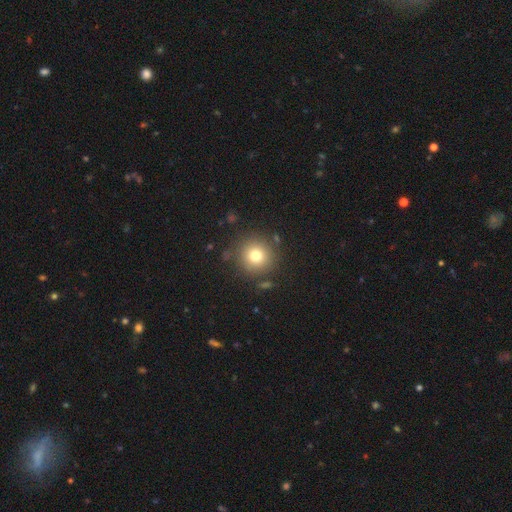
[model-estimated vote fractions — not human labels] Morphology: type=smooth (77%); roundness=round (94%); merging=none (85%).